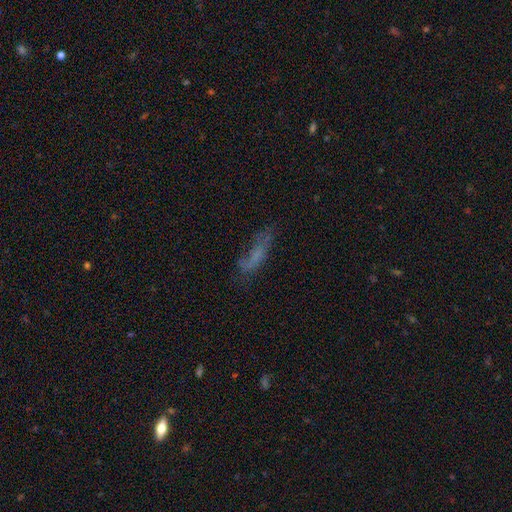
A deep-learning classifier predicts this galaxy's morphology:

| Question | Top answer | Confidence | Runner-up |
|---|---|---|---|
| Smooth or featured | smooth | 52% | featured or disk (34%) |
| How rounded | cigar-shaped | 56% | in between (41%) |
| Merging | none | 50% | minor disturbance (26%) |